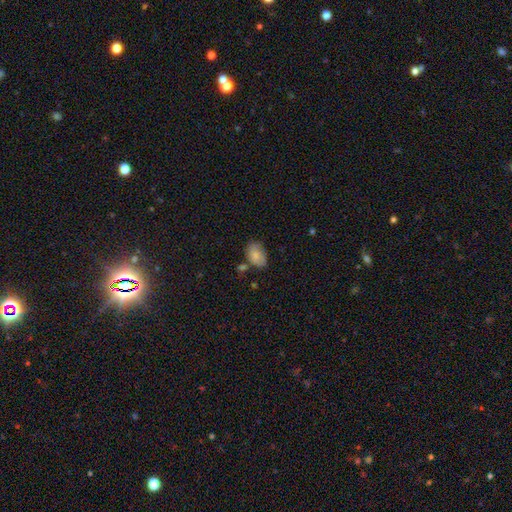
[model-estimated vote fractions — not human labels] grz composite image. It shows a smooth galaxy with no disk features (78%) that is in between round and cigar-shaped (88%). Merging: none (58%).